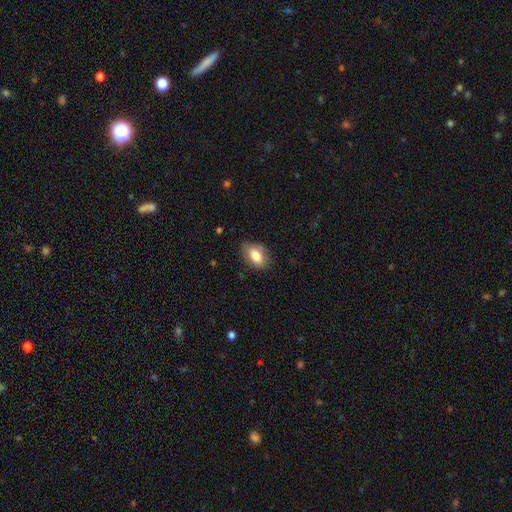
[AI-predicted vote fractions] Smooth or featured?
  - smooth: 80% *
  - featured or disk: 12%
  - star or artifact: 7%
How rounded?
  - in between: 87% *
  - round: 11%
  - cigar-shaped: 2%
Merging?
  - none: 78% *
  - minor disturbance: 17%
  - major disturbance: 4%
  - merger: 1%